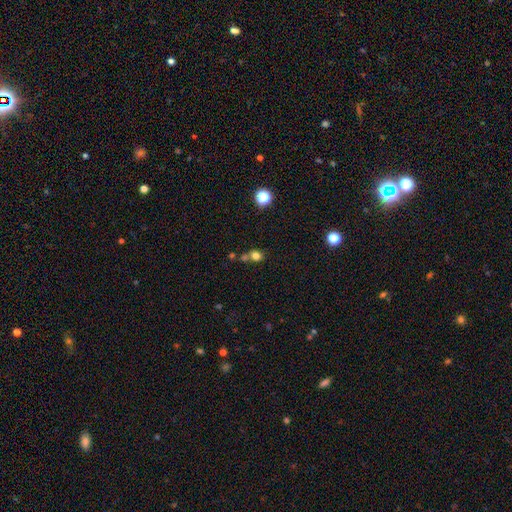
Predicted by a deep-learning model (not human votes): The model was most divided on "merging": none: 49%, merger: 33%, minor disturbance: 13%, major disturbance: 6%. More confident: smooth or featured — smooth (75%); how rounded — round (71%).